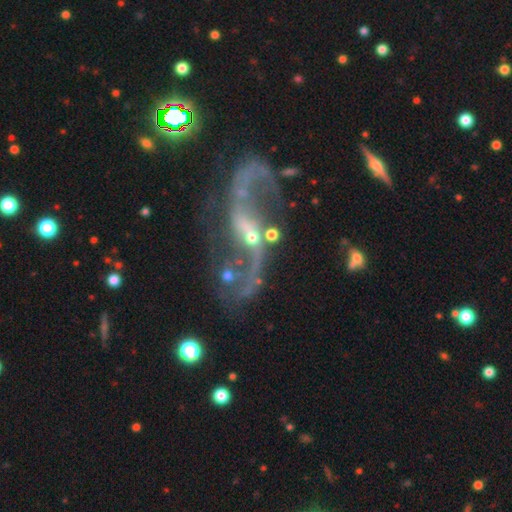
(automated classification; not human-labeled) Q: Smooth or featured?
A: featured or disk (89%); runner-up: star or artifact (7%)
Q: Edge-on disk?
A: no (97%); runner-up: yes (3%)
Q: Bar?
A: weak (41%); runner-up: no (36%)
Q: Spiral arms?
A: yes (94%); runner-up: no (6%)
Q: Spiral winding?
A: loose (82%); runner-up: medium (14%)
Q: Spiral arm count?
A: 2 (91%); runner-up: 1 (3%)
Q: Bulge size?
A: small (70%); runner-up: moderate (20%)
Q: Merging?
A: none (51%); runner-up: major disturbance (20%)